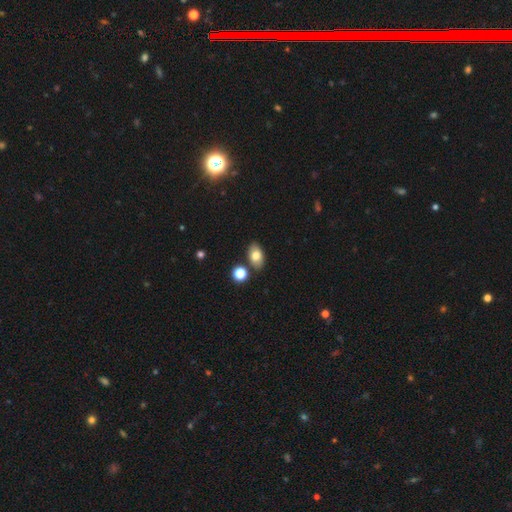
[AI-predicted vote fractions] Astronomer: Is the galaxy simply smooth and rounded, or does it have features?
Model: smooth — 79%.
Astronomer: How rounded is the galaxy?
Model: in between — 87%.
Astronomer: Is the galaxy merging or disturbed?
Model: none — 80%.